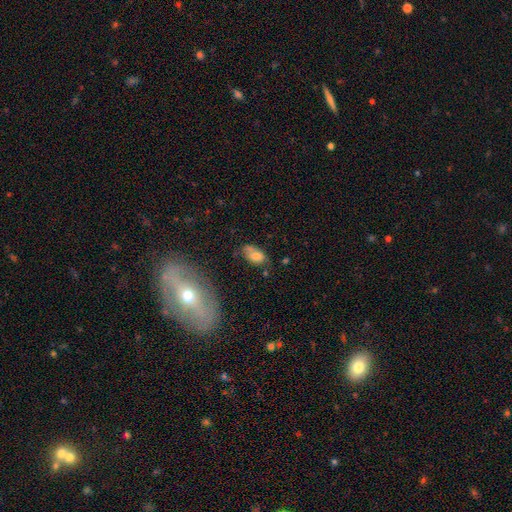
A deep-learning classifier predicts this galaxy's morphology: Smooth or featured?
  - smooth: 70% *
  - featured or disk: 20%
  - star or artifact: 10%
How rounded?
  - in between: 89% *
  - round: 7%
  - cigar-shaped: 4%
Merging?
  - none: 45% *
  - minor disturbance: 31%
  - major disturbance: 13%
  - merger: 11%